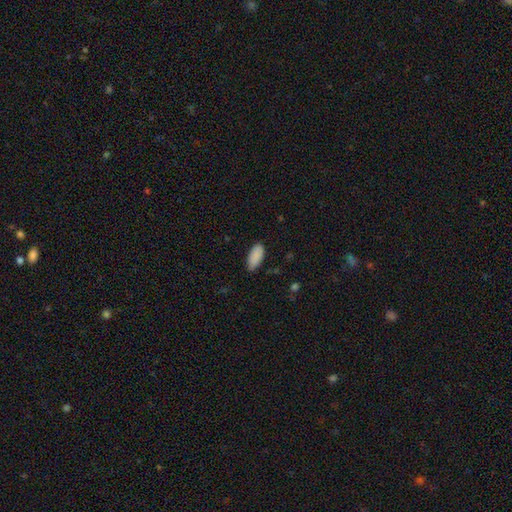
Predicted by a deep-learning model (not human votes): Smooth or featured? smooth (89%)
How rounded? in between (90%)
Merging? none (80%)